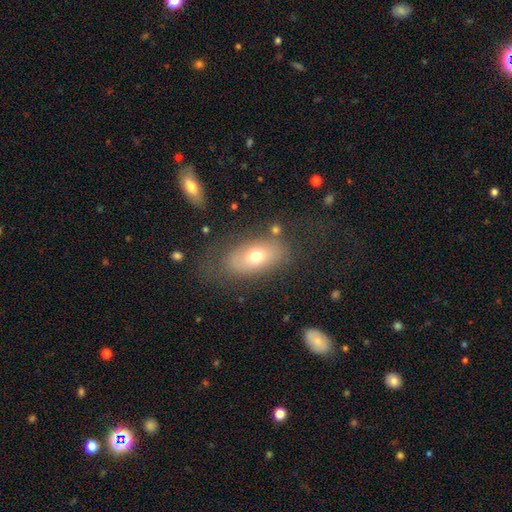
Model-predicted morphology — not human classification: A smooth galaxy with no disk features (65%) that is in between round and cigar-shaped (87%).

Vote fractions:
- Smooth or featured? smooth: 65% / featured or disk: 25% / star or artifact: 10%
- How rounded? in between: 87% / round: 9% / cigar-shaped: 4%
- Merging? none: 65% / minor disturbance: 19% / major disturbance: 12% / merger: 4%